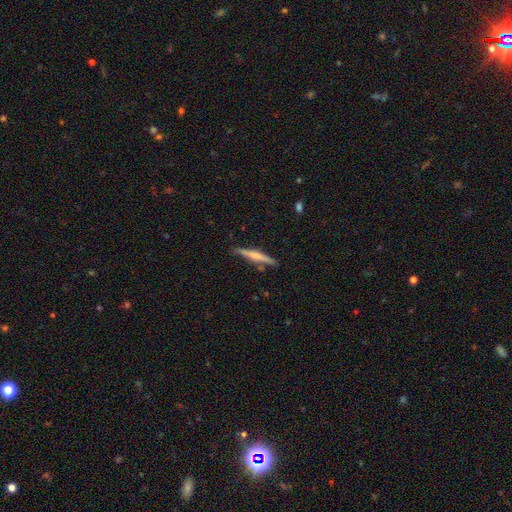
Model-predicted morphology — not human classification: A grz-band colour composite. It shows a featured or disk galaxy (51%) viewed edge-on (97%). Merging: none (84%).